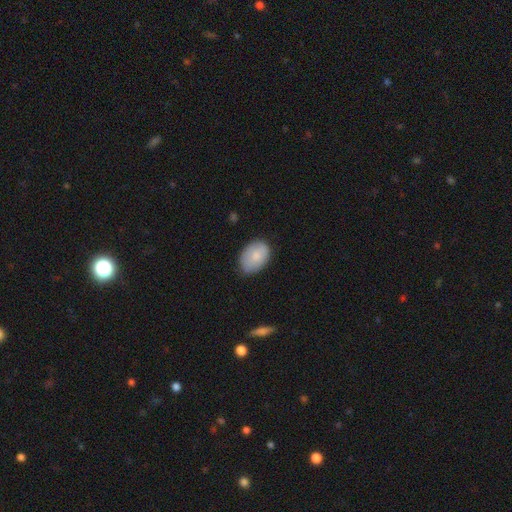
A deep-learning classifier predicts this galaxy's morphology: A smooth galaxy with no disk features (81%) that is in between round and cigar-shaped (84%). Merging: none (78%).